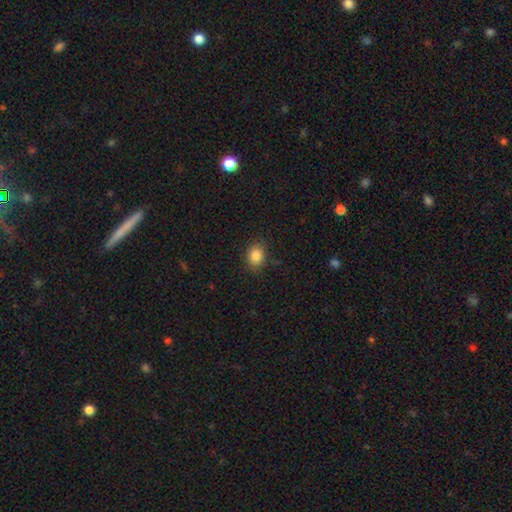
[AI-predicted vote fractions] A smooth galaxy with no disk features (85%) that is in between round and cigar-shaped (50%). Merging: none (83%).